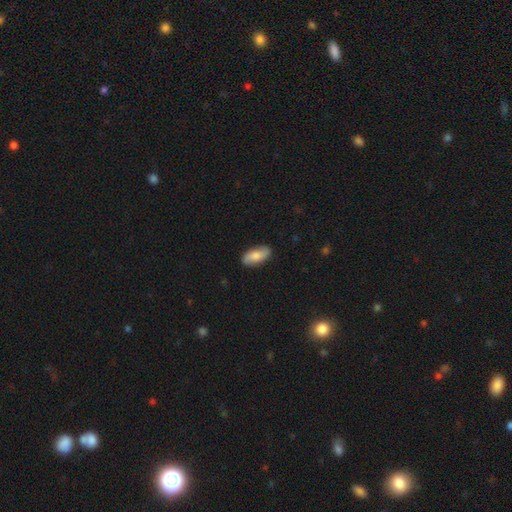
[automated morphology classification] Smooth or featured? Predicted: smooth (p=0.65). How rounded? Predicted: in between (p=0.91). Merging? Predicted: none (p=0.85).